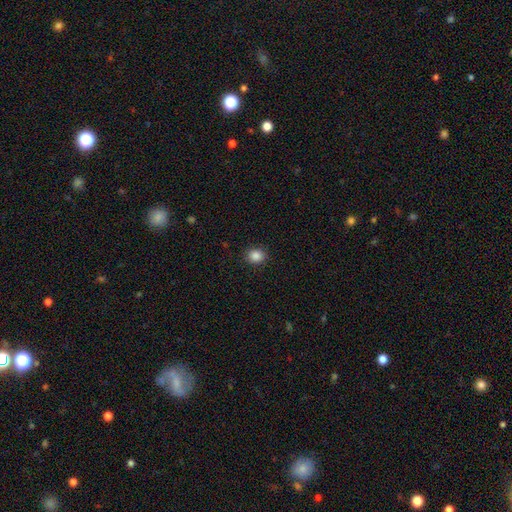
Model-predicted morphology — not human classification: A smooth galaxy with no disk features (87%) that is round (75%). Merging: none (90%).